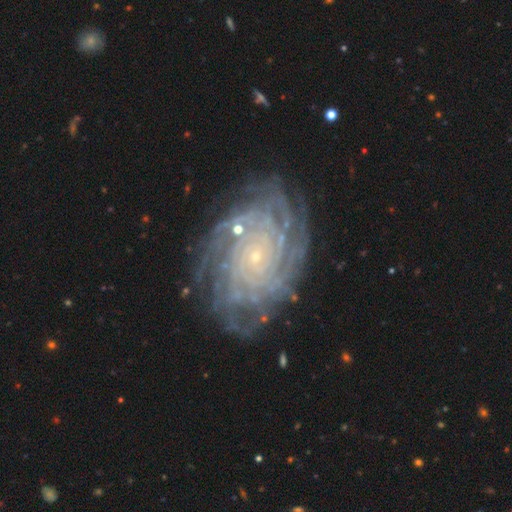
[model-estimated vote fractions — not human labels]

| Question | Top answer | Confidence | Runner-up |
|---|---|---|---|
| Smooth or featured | featured or disk | 88% | star or artifact (6%) |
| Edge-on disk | no | 97% | yes (3%) |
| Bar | no | 81% | weak (13%) |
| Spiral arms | yes | 98% | no (2%) |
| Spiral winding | tight | 85% | medium (12%) |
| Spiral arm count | more than 4 | 38% | can't tell (19%) |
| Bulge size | small | 90% | moderate (6%) |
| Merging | none | 80% | minor disturbance (13%) |